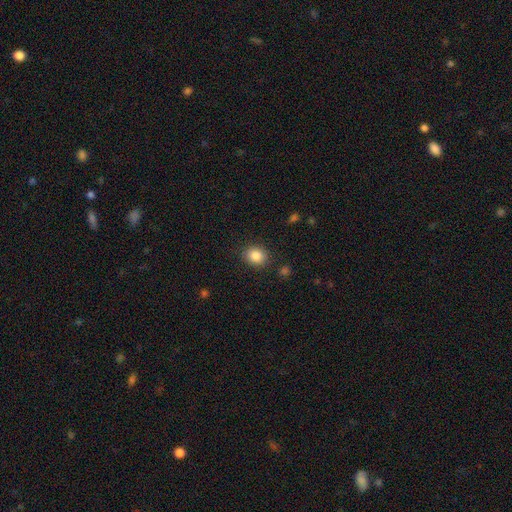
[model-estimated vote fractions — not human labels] Overall: smooth (86%). How rounded: round (63%; in between 36%). Merging: none (87%).